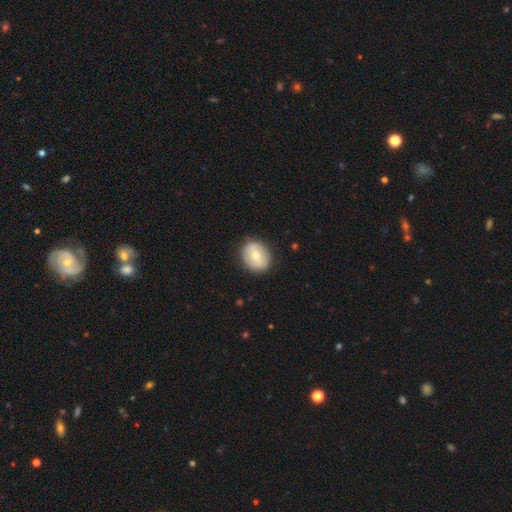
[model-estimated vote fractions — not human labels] smooth_or_featured: smooth (p=0.63) [alt: featured or disk p=0.30]
how_rounded: round (p=0.65) [alt: in between p=0.34]
merging: none (p=0.85) [alt: minor disturbance p=0.11]